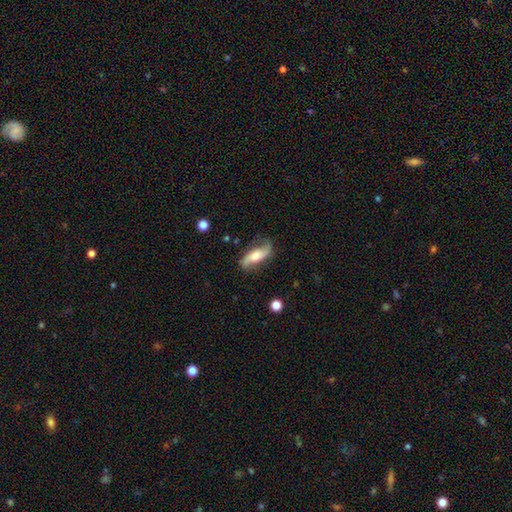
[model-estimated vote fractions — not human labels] smooth-or-featured: featured or disk: 61% | smooth: 32% | star or artifact: 7%
  disk-edge-on: no: 83% | yes: 17%
    bar: no: 53% | weak: 29% | strong: 18%
    has-spiral-arms: yes: 89% | no: 11%
    bulge-size: moderate: 50% | small: 23% | large: 18% | none: 5% | dominant: 3%
  merging: none: 69% | minor disturbance: 21% | major disturbance: 8% | merger: 2%